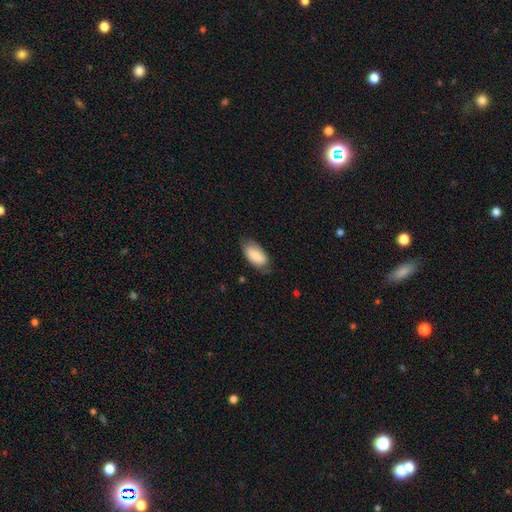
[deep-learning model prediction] This is likely a smooth galaxy (75%). How rounded: clearly in between (92%). Merging: likely none (68%).